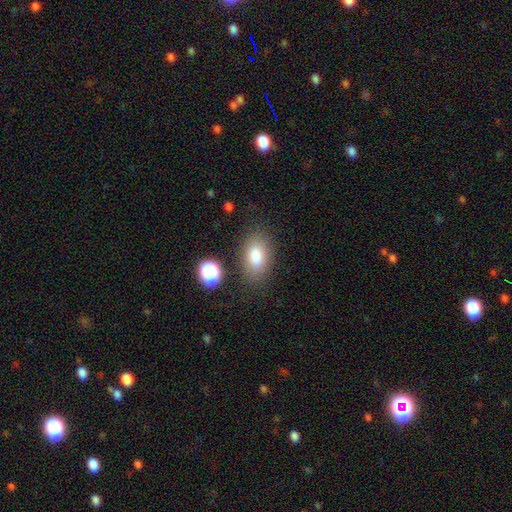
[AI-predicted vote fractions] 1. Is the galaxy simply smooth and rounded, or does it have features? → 82% smooth, 10% star or artifact, 8% featured or disk.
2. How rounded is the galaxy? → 87% in between, 12% round, 2% cigar-shaped.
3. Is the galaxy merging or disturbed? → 81% none, 12% minor disturbance, 4% major disturbance, 3% merger.